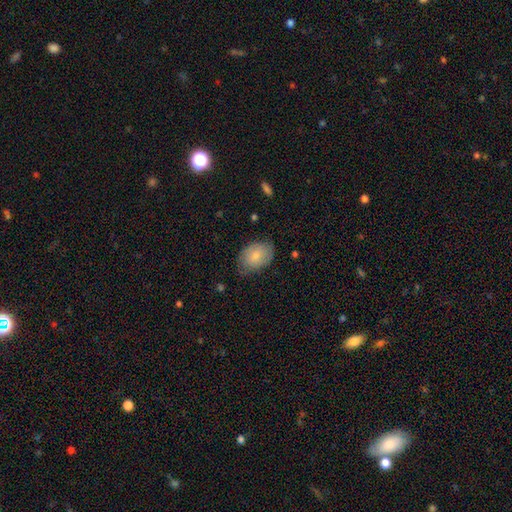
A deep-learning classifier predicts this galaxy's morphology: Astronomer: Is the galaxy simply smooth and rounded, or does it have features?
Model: smooth — 75%.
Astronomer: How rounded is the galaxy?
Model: in between — 76%.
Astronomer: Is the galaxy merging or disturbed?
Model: none — 69%.